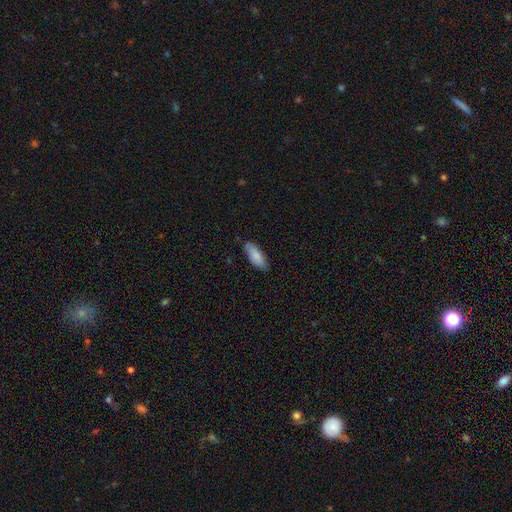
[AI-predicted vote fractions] smooth_or_featured: smooth (p=0.85) [alt: featured or disk p=0.10]
how_rounded: in between (p=0.76) [alt: cigar-shaped p=0.22]
merging: none (p=0.81) [alt: minor disturbance p=0.15]